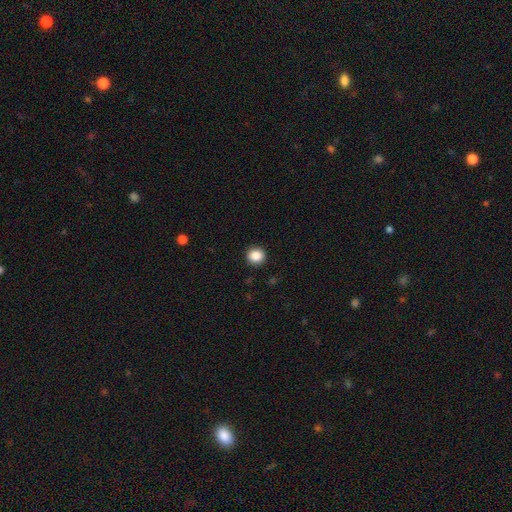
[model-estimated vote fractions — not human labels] Smooth or featured?
  - smooth: 87% *
  - star or artifact: 10%
  - featured or disk: 4%
How rounded?
  - round: 92% *
  - in between: 8%
  - cigar-shaped: 1%
Merging?
  - none: 92% *
  - minor disturbance: 5%
  - major disturbance: 2%
  - merger: 1%